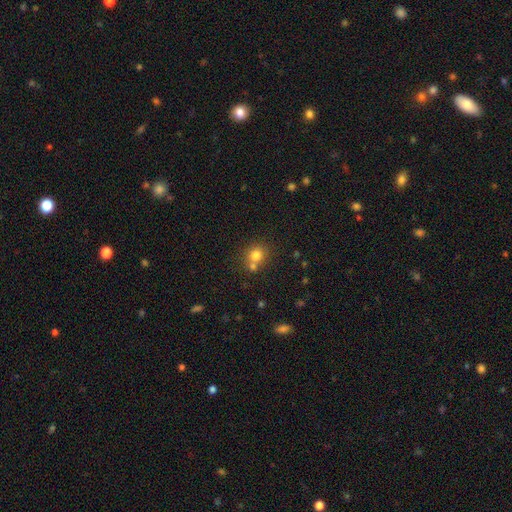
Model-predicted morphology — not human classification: A smooth galaxy with no disk features (78%) that is round (81%).

Vote fractions:
- Smooth or featured? smooth: 78% / star or artifact: 13% / featured or disk: 9%
- How rounded? round: 81% / in between: 18% / cigar-shaped: 1%
- Merging? none: 55% / merger: 33% / minor disturbance: 8% / major disturbance: 3%